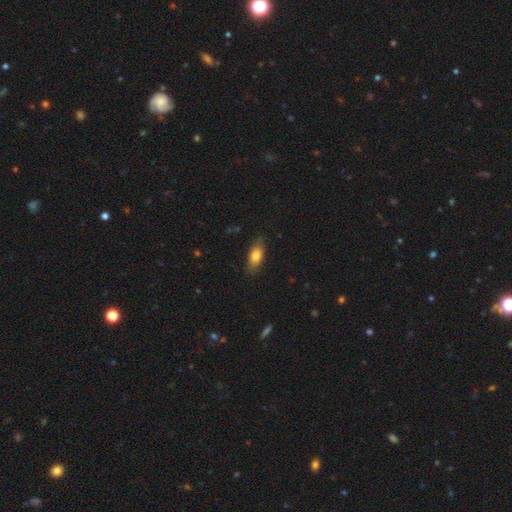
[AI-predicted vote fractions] The model was most divided on "smooth or featured": smooth: 79%, featured or disk: 14%, star or artifact: 7%. More confident: merging — none (81%); how rounded — in between (81%).